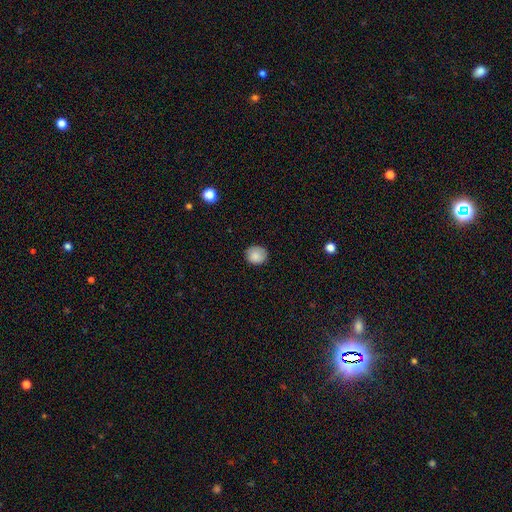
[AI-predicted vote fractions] Q: Smooth or featured?
A: smooth (85%); runner-up: star or artifact (9%)
Q: How rounded?
A: round (78%); runner-up: in between (22%)
Q: Merging?
A: none (81%); runner-up: minor disturbance (15%)